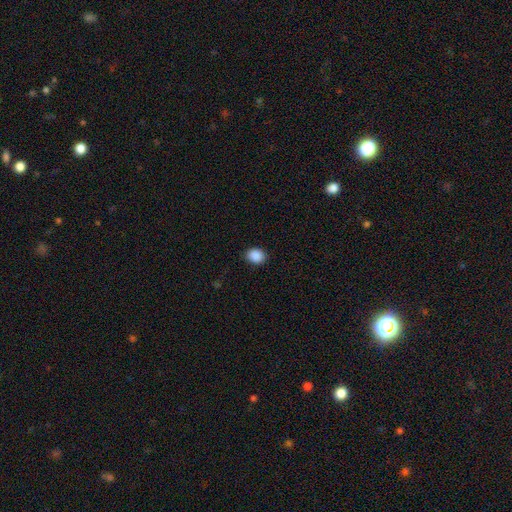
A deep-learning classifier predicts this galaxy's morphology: This is clearly a smooth galaxy (89%). How rounded: possibly round (56%). Merging: clearly none (87%).